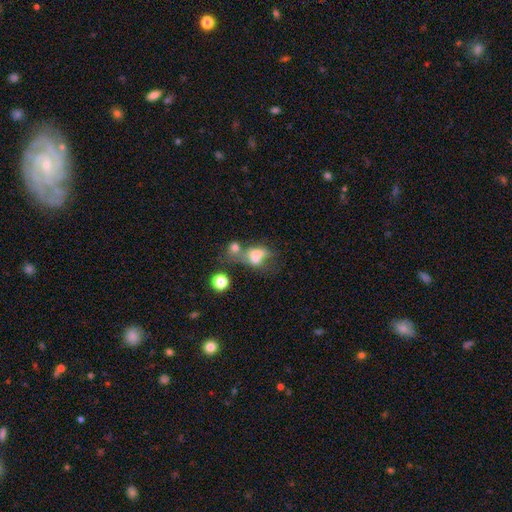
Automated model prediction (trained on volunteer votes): A smooth galaxy with no disk features (60%) that is in between round and cigar-shaped (69%).

Vote fractions:
- Smooth or featured? smooth: 60% / featured or disk: 25% / star or artifact: 14%
- How rounded? in between: 69% / round: 29% / cigar-shaped: 3%
- Merging? merger: 49% / major disturbance: 21% / none: 18% / minor disturbance: 12%